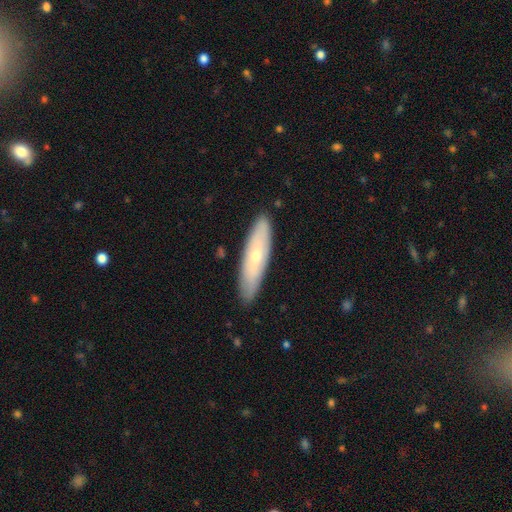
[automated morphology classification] Q: Smooth or featured?
A: smooth (51%); runner-up: featured or disk (43%)
Q: How rounded?
A: cigar-shaped (68%); runner-up: in between (30%)
Q: Merging?
A: none (87%); runner-up: minor disturbance (10%)